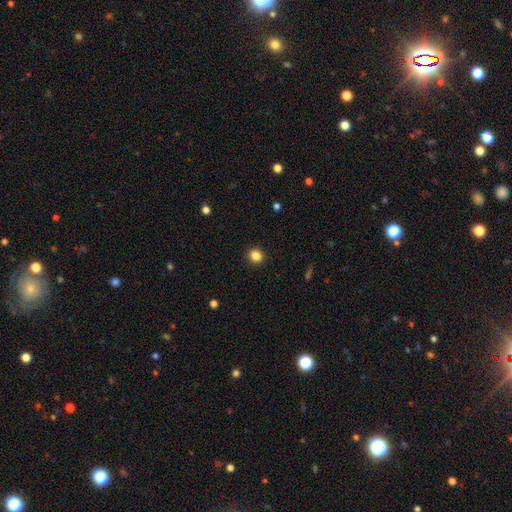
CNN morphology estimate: This is clearly a smooth galaxy (86%). How rounded: likely round (65%). Merging: clearly none (91%).